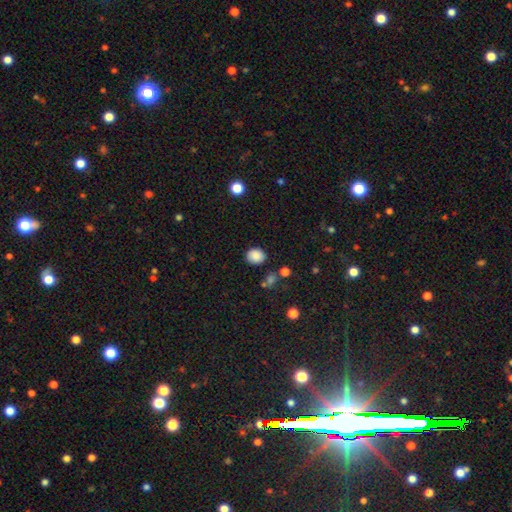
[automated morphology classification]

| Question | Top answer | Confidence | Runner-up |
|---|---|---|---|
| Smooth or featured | smooth | 86% | star or artifact (10%) |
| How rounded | round | 66% | in between (33%) |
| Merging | none | 83% | minor disturbance (10%) |